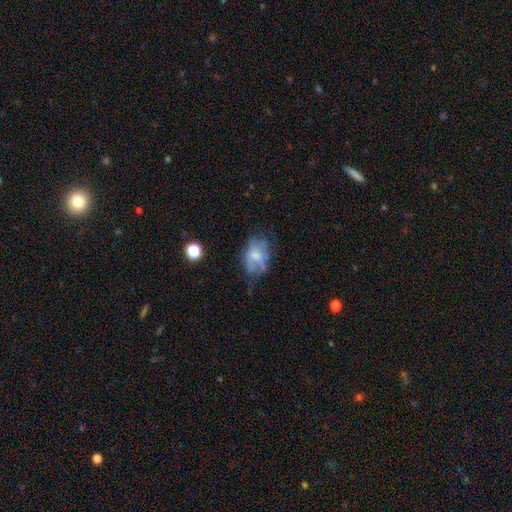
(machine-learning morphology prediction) A featured or disk galaxy (46%).

Vote fractions:
- Smooth or featured? featured or disk: 46% / smooth: 43% / star or artifact: 11%
- Merging? none: 41% / minor disturbance: 28% / major disturbance: 27% / merger: 3%